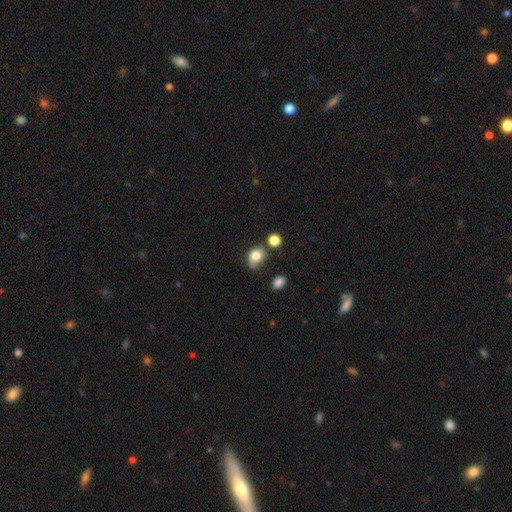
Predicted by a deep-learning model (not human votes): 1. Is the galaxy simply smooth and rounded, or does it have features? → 80% smooth, 10% featured or disk, 10% star or artifact.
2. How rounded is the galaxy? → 53% round, 46% in between, 1% cigar-shaped.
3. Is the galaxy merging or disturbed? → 42% none, 33% minor disturbance, 13% major disturbance, 12% merger.